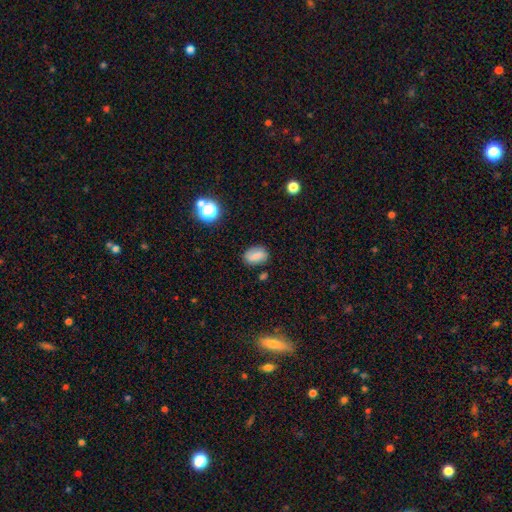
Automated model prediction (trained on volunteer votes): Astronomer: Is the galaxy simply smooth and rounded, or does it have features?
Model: smooth — 76%.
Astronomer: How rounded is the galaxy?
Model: in between — 82%.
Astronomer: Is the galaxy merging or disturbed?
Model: none — 78%.